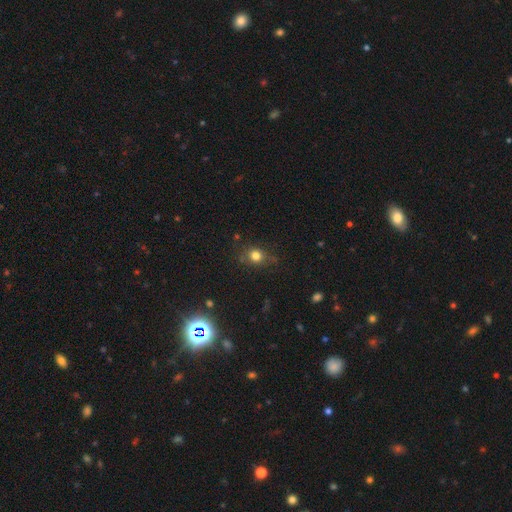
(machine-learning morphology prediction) Smooth or featured: smooth — 78% (star or artifact — 14%)
How rounded: round — 70% (in between — 28%)
Merging: none — 75% (minor disturbance — 18%)